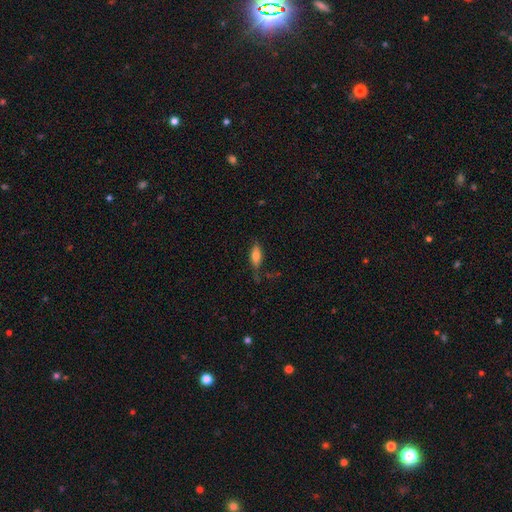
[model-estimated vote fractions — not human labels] The model was most divided on "merging": none: 58%, minor disturbance: 26%, major disturbance: 12%, merger: 5%. More confident: how rounded — in between (70%); smooth or featured — smooth (70%).